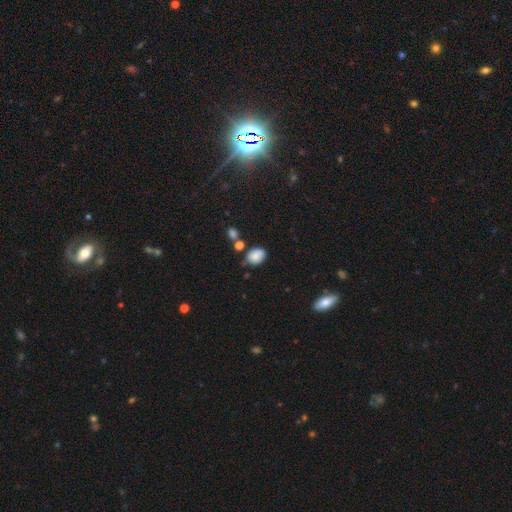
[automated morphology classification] This is clearly a smooth galaxy (83%). How rounded: likely in between (63%). Merging: possibly none (60%).